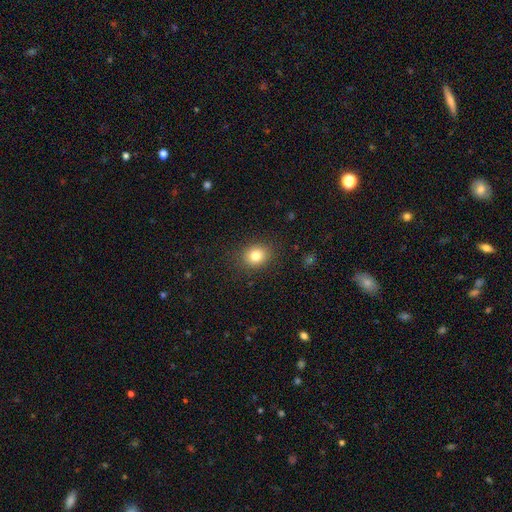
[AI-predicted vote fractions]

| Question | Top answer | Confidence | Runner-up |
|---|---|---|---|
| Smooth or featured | smooth | 82% | star or artifact (11%) |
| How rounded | round | 59% | in between (40%) |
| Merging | none | 87% | minor disturbance (9%) |